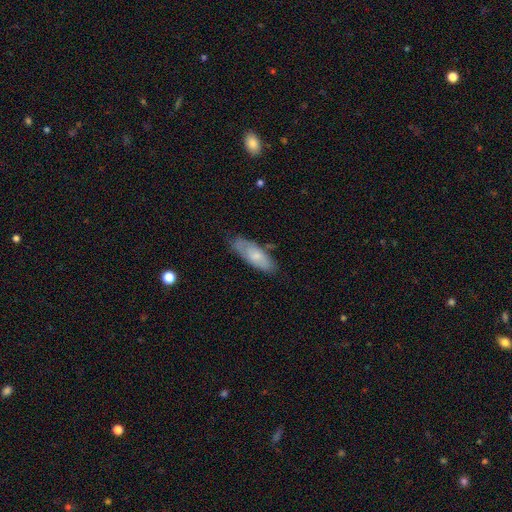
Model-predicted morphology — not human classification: Overall: smooth (65%; featured or disk 29%). How rounded: in between (68%; cigar-shaped 30%). Merging: none (65%; minor disturbance 26%).